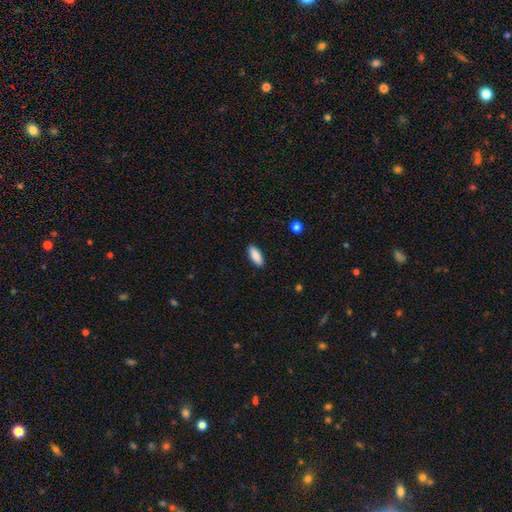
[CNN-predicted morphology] The model was most divided on "how rounded": in between: 80%, cigar-shaped: 18%, round: 2%. More confident: merging — none (89%); smooth or featured — smooth (89%).